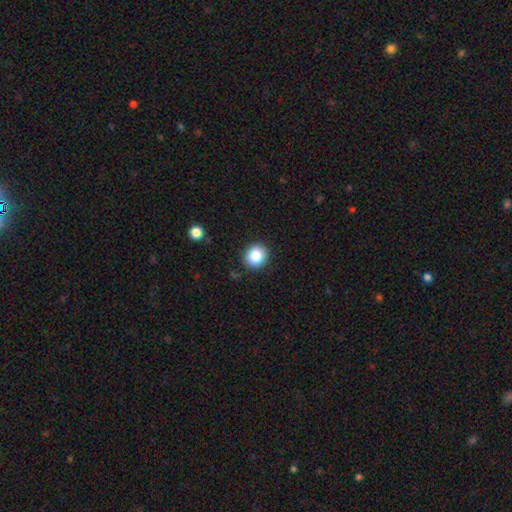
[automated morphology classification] Q: Smooth or featured?
A: smooth (86%); runner-up: star or artifact (10%)
Q: How rounded?
A: round (83%); runner-up: in between (16%)
Q: Merging?
A: none (89%); runner-up: minor disturbance (8%)